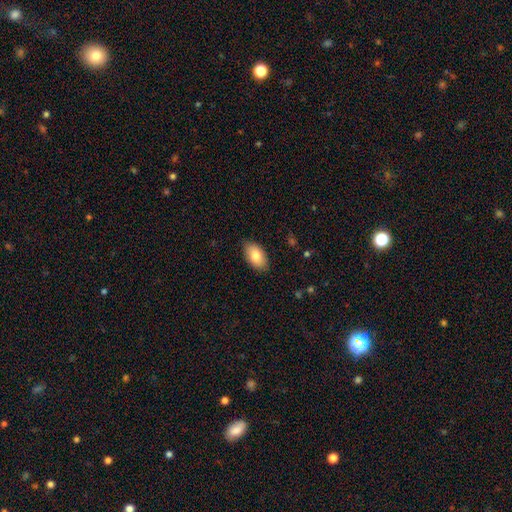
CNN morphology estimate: A smooth galaxy with no disk features (81%) that is in between round and cigar-shaped (94%).

Vote fractions:
- Smooth or featured? smooth: 81% / featured or disk: 12% / star or artifact: 6%
- How rounded? in between: 94% / round: 4% / cigar-shaped: 2%
- Merging? none: 85% / minor disturbance: 12% / major disturbance: 2% / merger: 1%